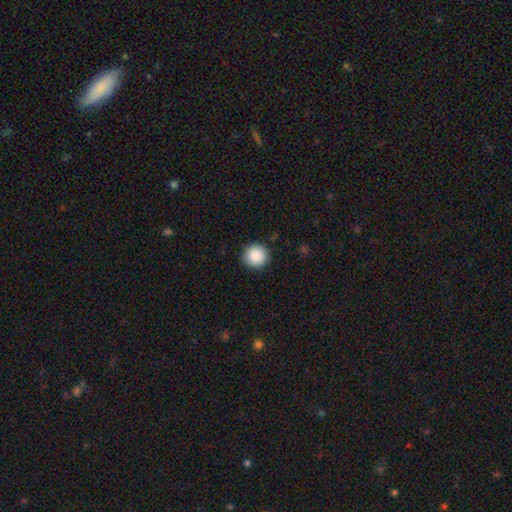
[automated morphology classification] Smooth or featured? smooth (89%)
How rounded? round (95%)
Merging? none (91%)